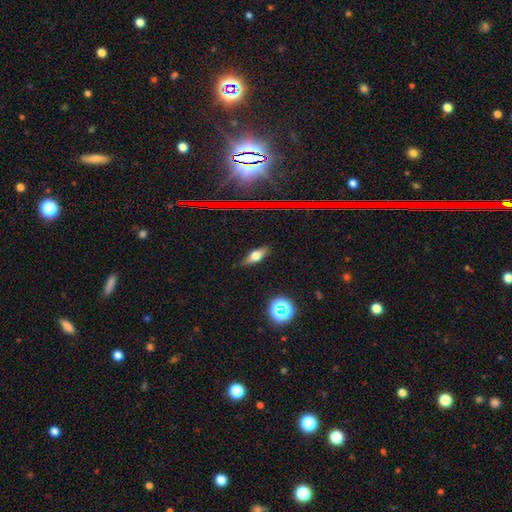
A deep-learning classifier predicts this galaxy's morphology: smooth 54%, featured or disk 33%, star or artifact 12%. Down the decision tree: how rounded — in between (66%); merging — none (85%).